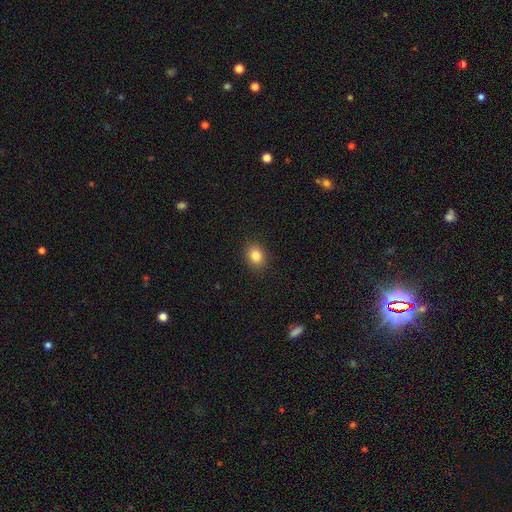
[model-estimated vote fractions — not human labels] Overall: smooth (84%). How rounded: in between (56%; round 43%). Merging: none (89%).